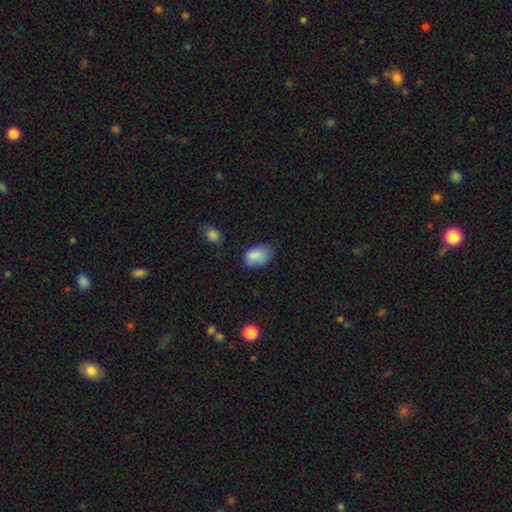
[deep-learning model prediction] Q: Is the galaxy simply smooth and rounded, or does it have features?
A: smooth — 84%.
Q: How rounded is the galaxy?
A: in between — 83%.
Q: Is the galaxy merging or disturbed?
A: none — 54%.